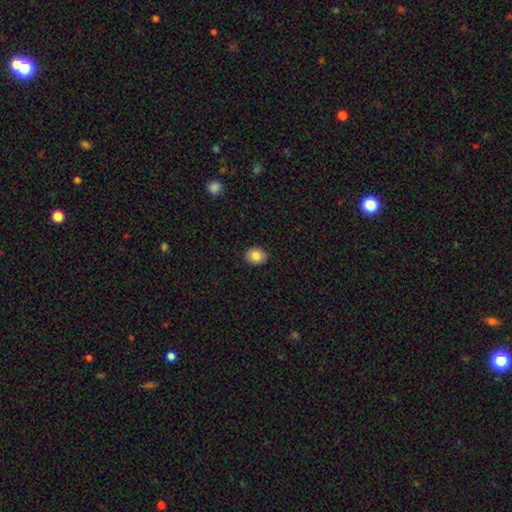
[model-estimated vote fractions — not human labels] This appears to be a smooth galaxy with no disk features (83%) that is round (53%). Merging: none (90%).